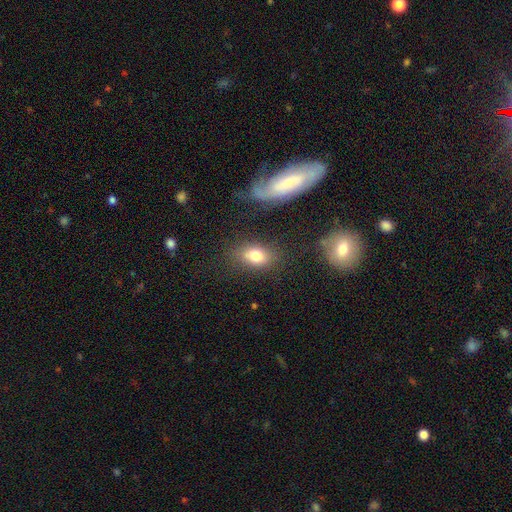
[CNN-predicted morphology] Q: Smooth or featured?
A: smooth (77%); runner-up: featured or disk (13%)
Q: How rounded?
A: in between (79%); runner-up: round (18%)
Q: Merging?
A: none (75%); runner-up: minor disturbance (16%)